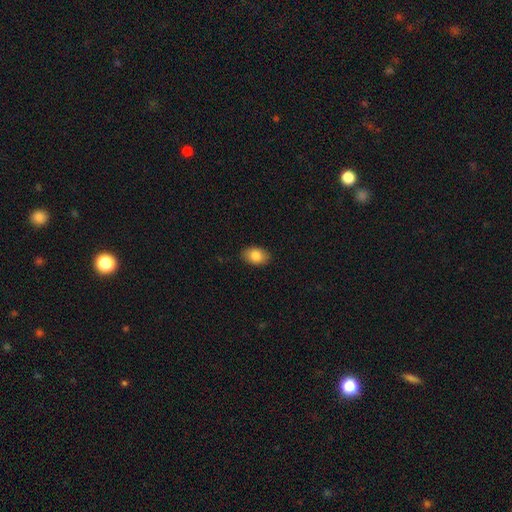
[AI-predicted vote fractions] smooth 84%, featured or disk 8%, star or artifact 8%. Down the decision tree: how rounded — in between (84%); merging — none (89%).